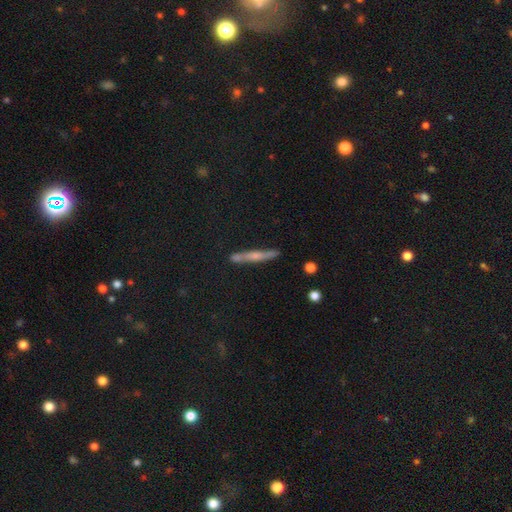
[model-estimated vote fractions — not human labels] Overall: featured or disk (51%; smooth 40%). Edge-on disk: yes (93%). Merging: none (80%).